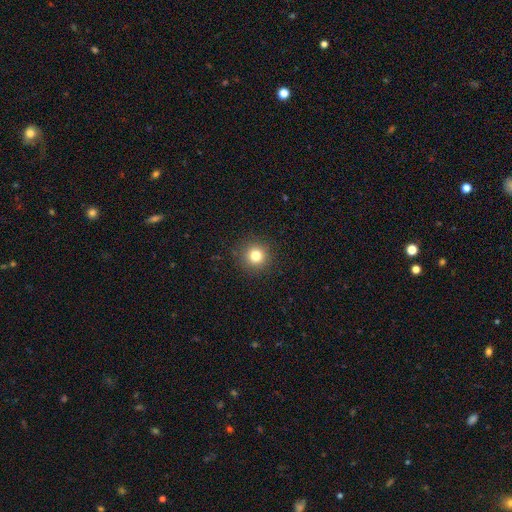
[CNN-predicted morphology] smooth-or-featured: smooth: 80% | star or artifact: 14% | featured or disk: 7%
  how-rounded: round: 95% | in between: 4% | cigar-shaped: 1%
  merging: none: 91% | minor disturbance: 6% | major disturbance: 2% | merger: 1%